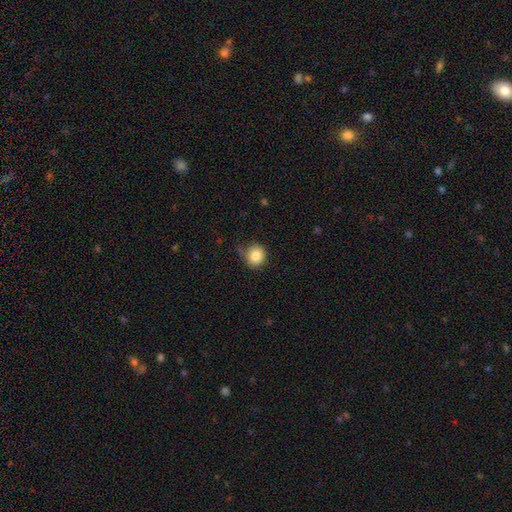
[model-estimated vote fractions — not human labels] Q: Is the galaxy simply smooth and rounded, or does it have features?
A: smooth — 83%.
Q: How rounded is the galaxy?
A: round — 89%.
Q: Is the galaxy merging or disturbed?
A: none — 71%.